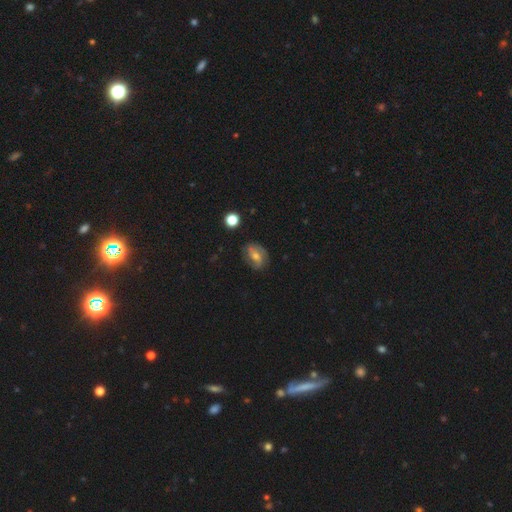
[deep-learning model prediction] Q: Smooth or featured?
A: featured or disk (60%); runner-up: smooth (29%)
Q: Edge-on disk?
A: no (96%); runner-up: yes (4%)
Q: Bar?
A: weak (44%); runner-up: no (37%)
Q: Spiral arms?
A: yes (85%); runner-up: no (15%)
Q: Bulge size?
A: moderate (53%); runner-up: small (40%)
Q: Merging?
A: none (78%); runner-up: minor disturbance (16%)